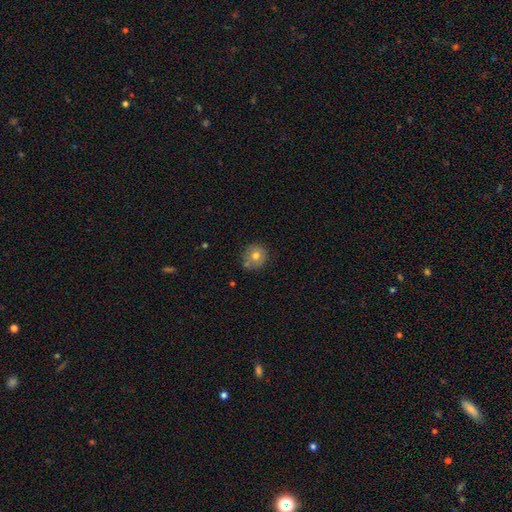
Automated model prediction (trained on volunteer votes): smooth_or_featured: smooth (p=0.72) [alt: featured or disk p=0.17]
how_rounded: round (p=0.90) [alt: in between p=0.09]
merging: none (p=0.74) [alt: minor disturbance p=0.14]